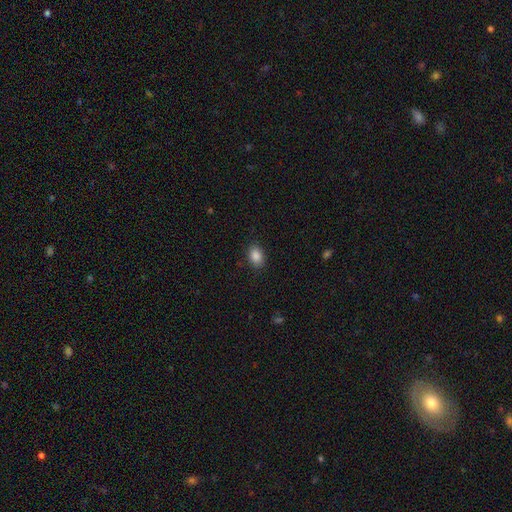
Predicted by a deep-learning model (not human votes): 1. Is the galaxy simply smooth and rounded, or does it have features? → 87% smooth, 8% star or artifact, 4% featured or disk.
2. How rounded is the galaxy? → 80% in between, 19% round, 1% cigar-shaped.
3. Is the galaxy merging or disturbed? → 87% none, 9% minor disturbance, 3% major disturbance, 1% merger.